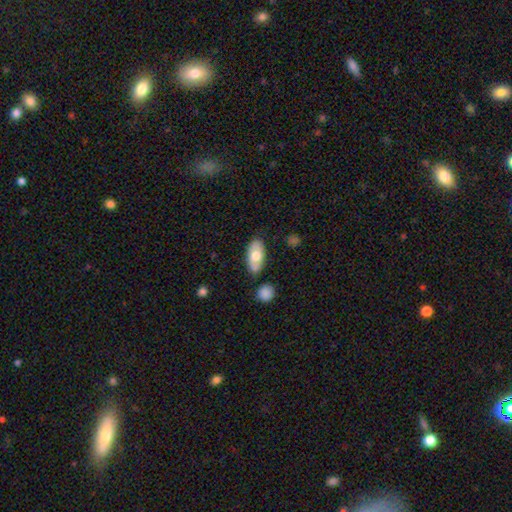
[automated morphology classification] A smooth galaxy with no disk features (68%) that is in between round and cigar-shaped (90%).

Vote fractions:
- Smooth or featured? smooth: 68% / featured or disk: 26% / star or artifact: 6%
- How rounded? in between: 90% / cigar-shaped: 6% / round: 4%
- Merging? none: 77% / minor disturbance: 14% / merger: 6% / major disturbance: 3%